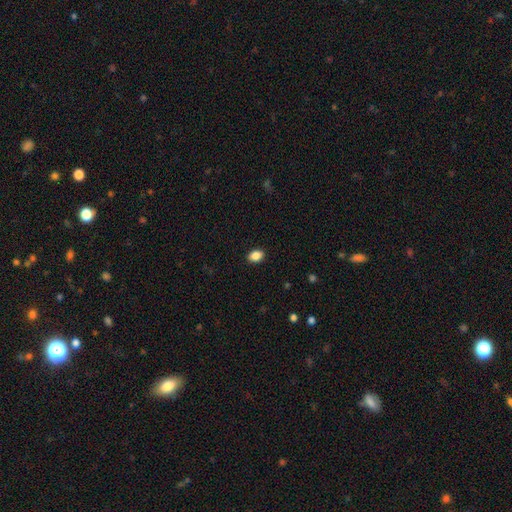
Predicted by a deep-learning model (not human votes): This is clearly a smooth galaxy (87%). How rounded: likely in between (72%). Merging: clearly none (90%).